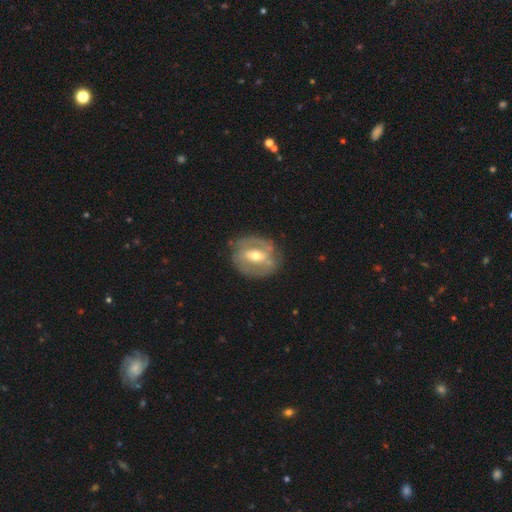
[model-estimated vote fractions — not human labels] Overall: featured or disk (76%). Edge-on disk: no (95%). Bar: strong (41%; weak 38%). Spiral arms: yes (68%; no 32%). Bulge size: moderate (67%; small 28%). Merging: none (76%).